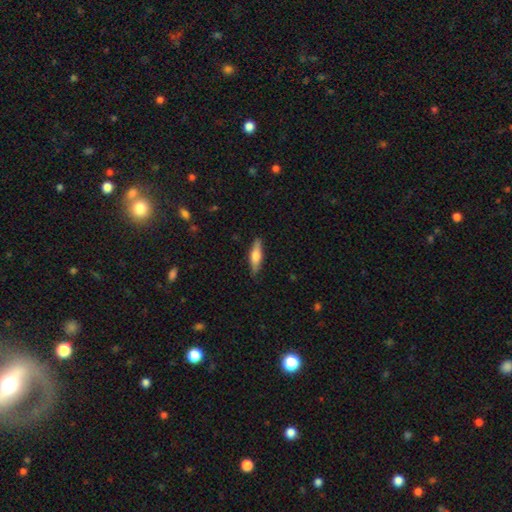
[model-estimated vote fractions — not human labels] smooth 53%, featured or disk 41%, star or artifact 6%. Down the decision tree: how rounded — cigar-shaped (65%); merging — none (87%).